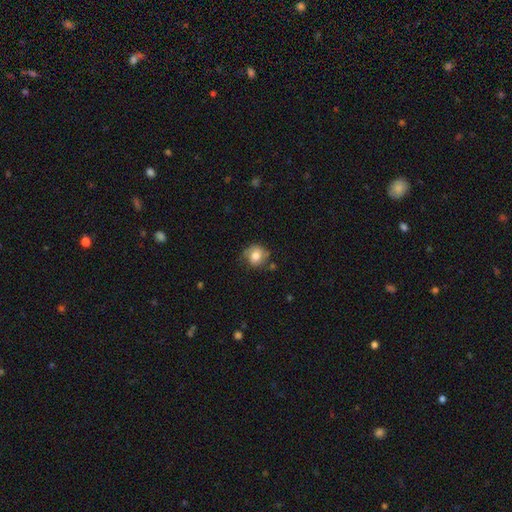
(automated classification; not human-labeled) Overall: smooth (70%). How rounded: round (79%). Merging: none (61%; minor disturbance 26%).